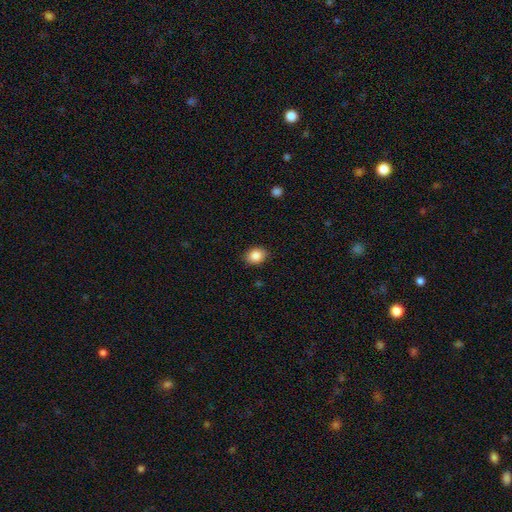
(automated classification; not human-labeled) Smooth or featured?
  - smooth: 87% *
  - star or artifact: 9%
  - featured or disk: 4%
How rounded?
  - in between: 54% *
  - round: 45%
  - cigar-shaped: 1%
Merging?
  - none: 88% *
  - minor disturbance: 9%
  - major disturbance: 2%
  - merger: 1%